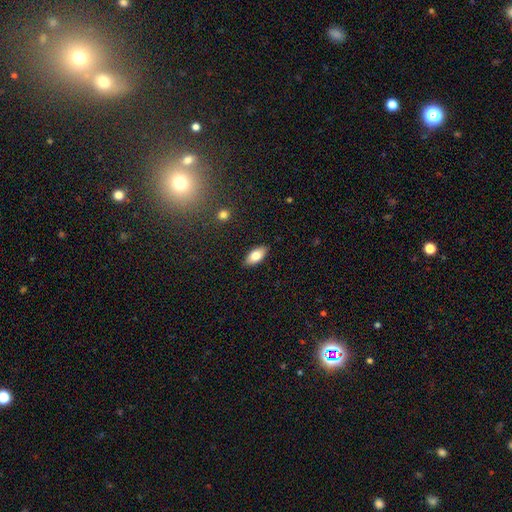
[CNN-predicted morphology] smooth-or-featured: smooth: 78% | featured or disk: 15% | star or artifact: 7%
  how-rounded: in between: 90% | cigar-shaped: 8% | round: 3%
  merging: none: 88% | minor disturbance: 9% | major disturbance: 2% | merger: 1%